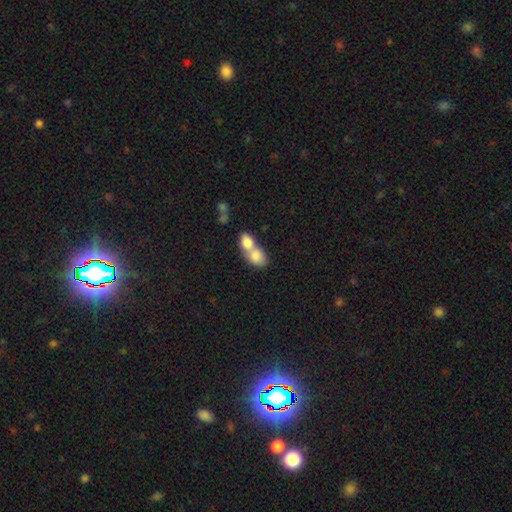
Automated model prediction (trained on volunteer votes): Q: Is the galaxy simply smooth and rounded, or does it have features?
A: smooth — 79%.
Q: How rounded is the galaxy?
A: in between — 70%.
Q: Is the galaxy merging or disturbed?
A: merger — 77%.